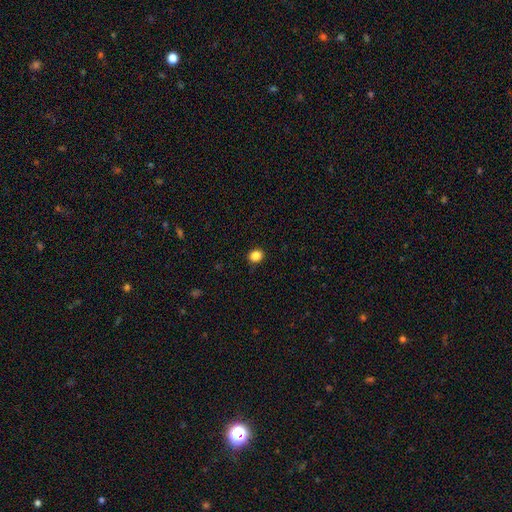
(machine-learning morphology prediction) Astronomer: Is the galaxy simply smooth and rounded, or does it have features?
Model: smooth — 86%.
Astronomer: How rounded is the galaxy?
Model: round — 78%.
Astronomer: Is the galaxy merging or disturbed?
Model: none — 90%.